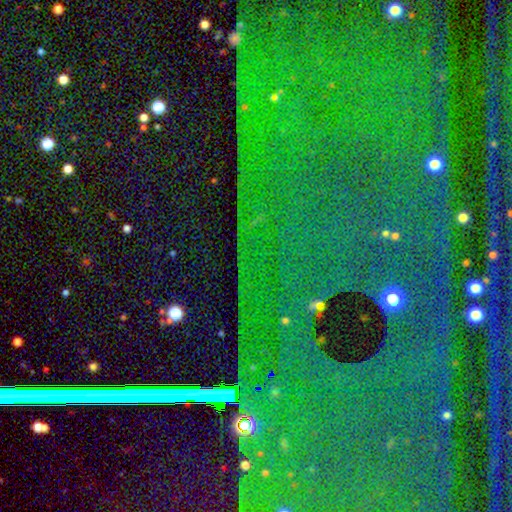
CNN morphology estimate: smooth_or_featured: star or artifact (p=0.83) [alt: featured or disk p=0.09]